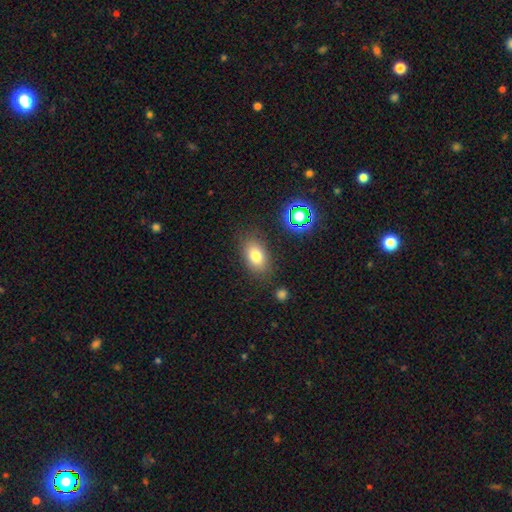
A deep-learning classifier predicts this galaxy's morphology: Overall: smooth (77%). How rounded: in between (84%). Merging: none (81%).